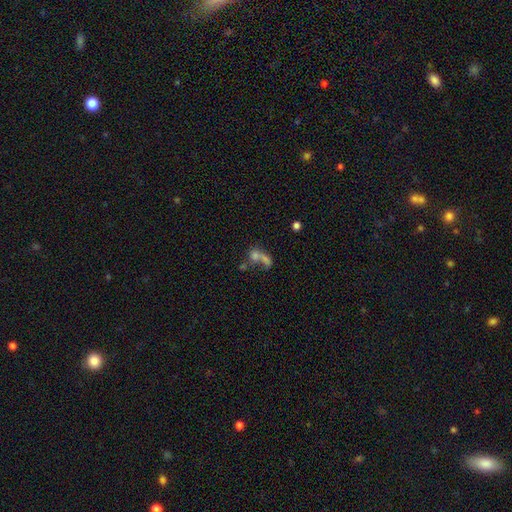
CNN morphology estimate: This is possibly a smooth galaxy (56%). How rounded: possibly in between (52%). Merging: possibly merger (54%).